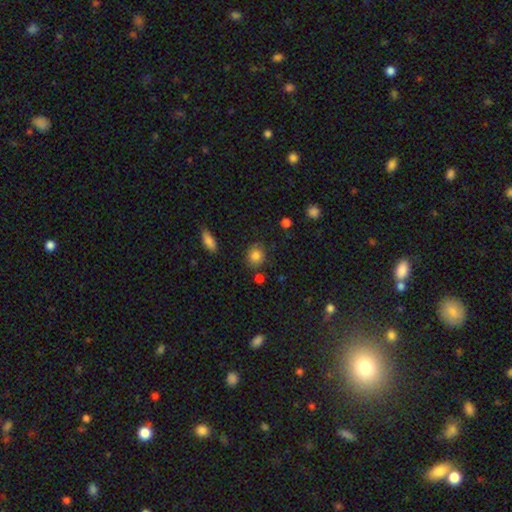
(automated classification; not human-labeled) A smooth galaxy with no disk features (84%) that is round (78%). Merging: none (79%).